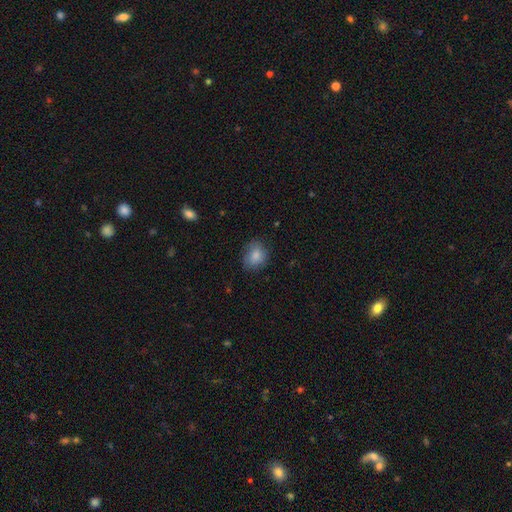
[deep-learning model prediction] Morphology: type=smooth (83%); roundness=round (53%); merging=none (73%).